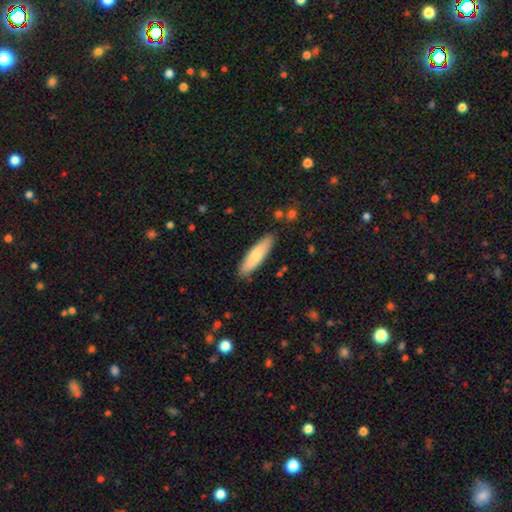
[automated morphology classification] This appears to be a smooth galaxy with no disk features (78%) that is cigar-shaped (63%). Merging: none (87%).